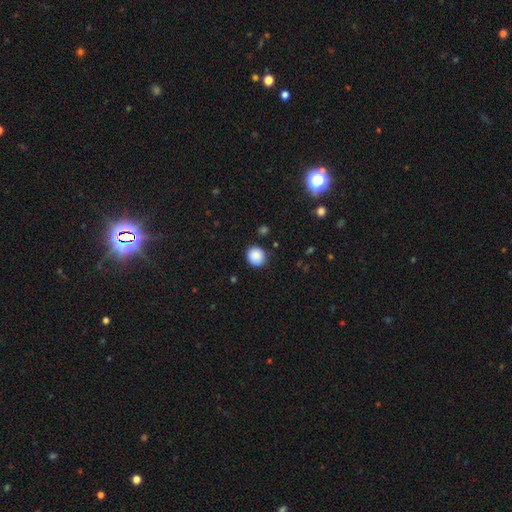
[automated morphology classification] Smooth or featured? Predicted: smooth (p=0.88). How rounded? Predicted: round (p=0.85). Merging? Predicted: none (p=0.87).